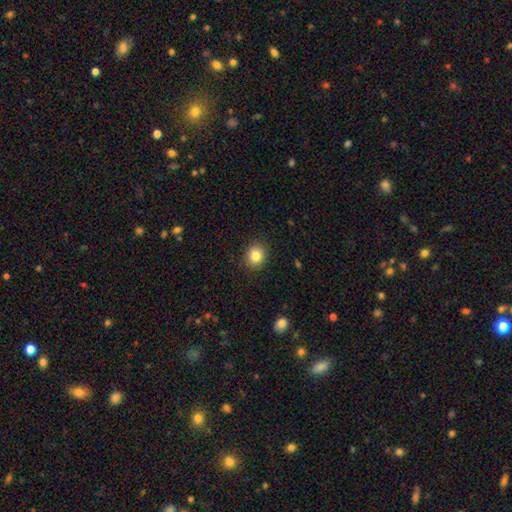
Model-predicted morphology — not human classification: This is clearly a smooth galaxy (84%). How rounded: likely round (76%). Merging: clearly none (88%).